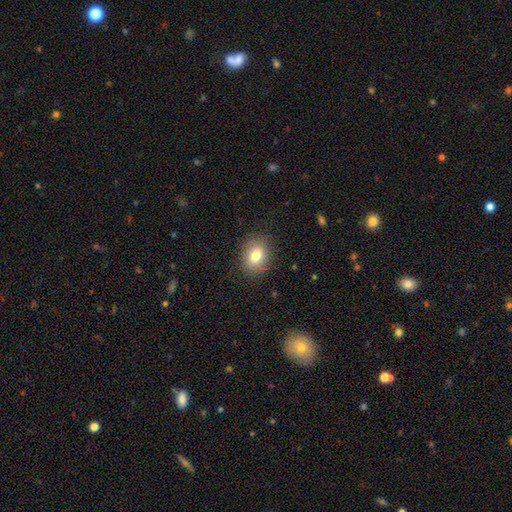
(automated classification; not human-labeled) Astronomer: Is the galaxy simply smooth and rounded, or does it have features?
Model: smooth — 81%.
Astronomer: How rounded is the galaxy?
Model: in between — 60% (runner-up: round, 39%).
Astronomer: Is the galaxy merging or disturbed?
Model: none — 86%.